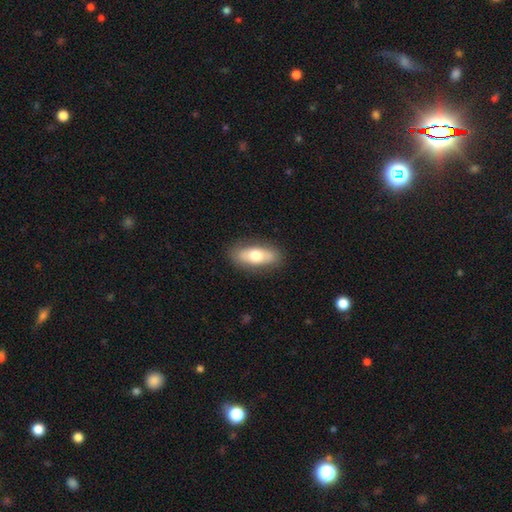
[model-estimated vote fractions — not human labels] smooth 65%, featured or disk 30%, star or artifact 6%. Down the decision tree: how rounded — in between (82%); merging — none (85%).